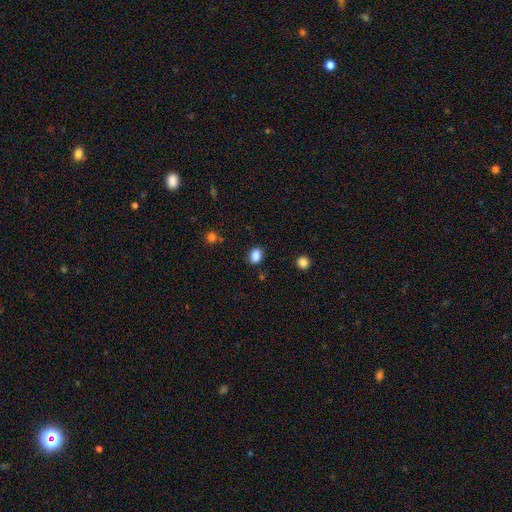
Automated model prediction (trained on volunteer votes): Smooth or featured?
  - smooth: 87% *
  - star or artifact: 10%
  - featured or disk: 3%
How rounded?
  - in between: 62% *
  - round: 37%
  - cigar-shaped: 1%
Merging?
  - none: 84% *
  - minor disturbance: 11%
  - major disturbance: 3%
  - merger: 2%